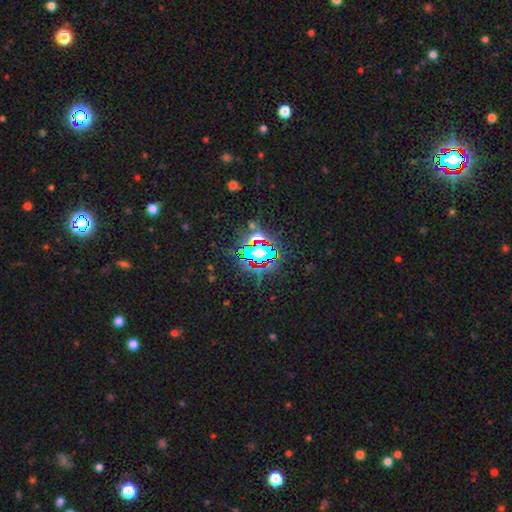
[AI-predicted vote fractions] Morphology: type=star or artifact (75%).